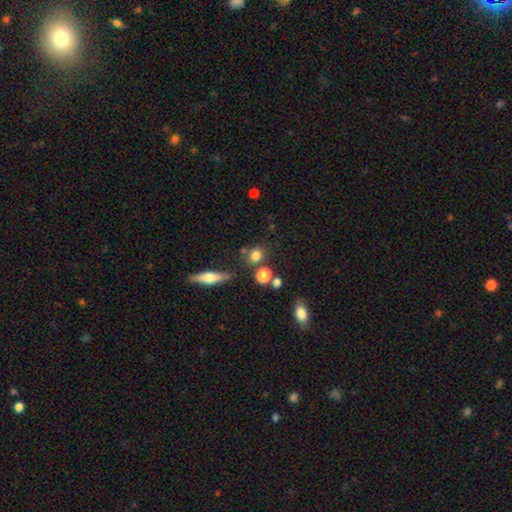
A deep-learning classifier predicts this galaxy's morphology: Overall: smooth (76%). How rounded: round (66%; in between 30%). Merging: none (70%).